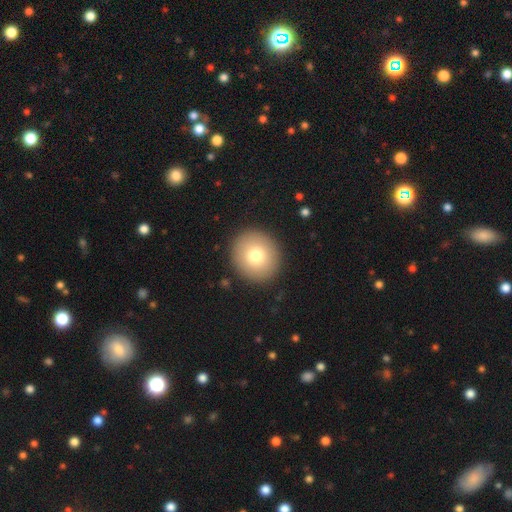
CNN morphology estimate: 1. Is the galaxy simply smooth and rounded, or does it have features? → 76% smooth, 14% featured or disk, 10% star or artifact.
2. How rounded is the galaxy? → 90% round, 9% in between, 1% cigar-shaped.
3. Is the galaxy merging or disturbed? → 91% none, 5% minor disturbance, 2% major disturbance, 1% merger.